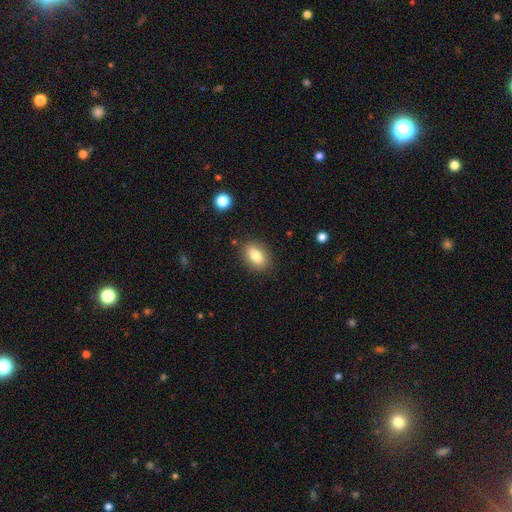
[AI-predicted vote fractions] smooth-or-featured: smooth: 81% | featured or disk: 11% | star or artifact: 8%
  how-rounded: in between: 82% | round: 15% | cigar-shaped: 2%
  merging: none: 86% | minor disturbance: 10% | major disturbance: 3% | merger: 2%